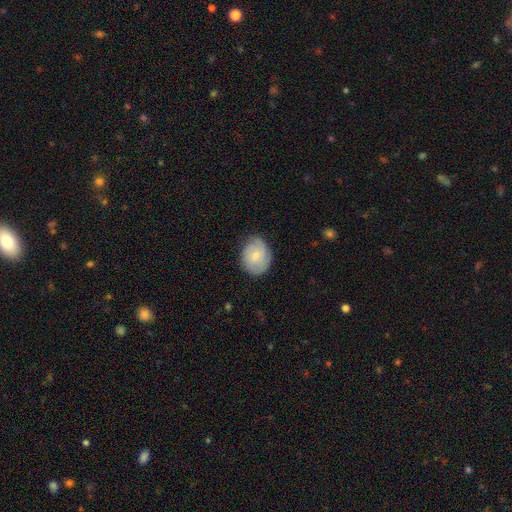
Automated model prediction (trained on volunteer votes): Smooth or featured: smooth — 62% (featured or disk — 32%)
How rounded: round — 53% (in between — 46%)
Merging: none — 72% (minor disturbance — 23%)